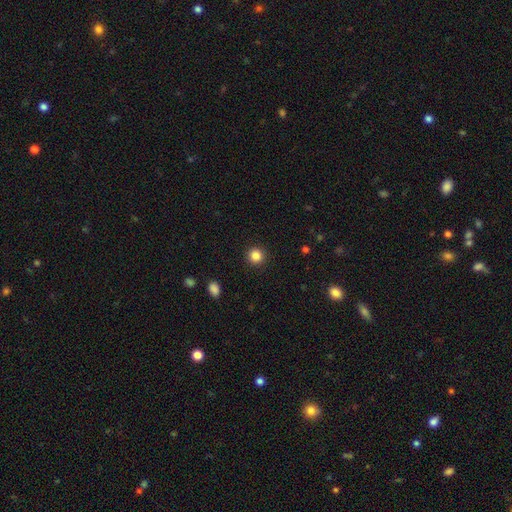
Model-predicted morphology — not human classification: smooth 85%, star or artifact 11%, featured or disk 4%. Down the decision tree: how rounded — round (95%); merging — none (93%).